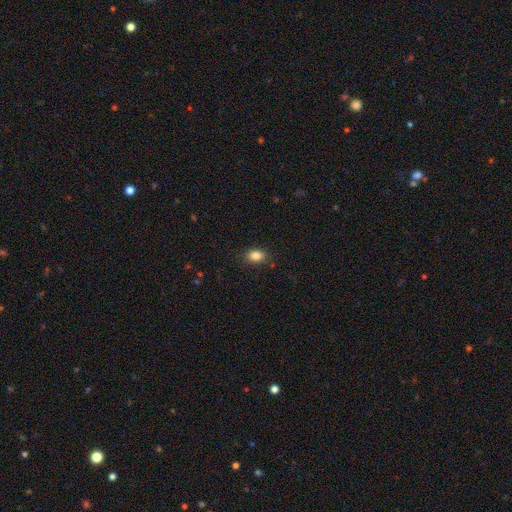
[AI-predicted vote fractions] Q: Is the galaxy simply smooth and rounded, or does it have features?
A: smooth — 84%.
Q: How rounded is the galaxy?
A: in between — 76%.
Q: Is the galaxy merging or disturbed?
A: none — 83%.